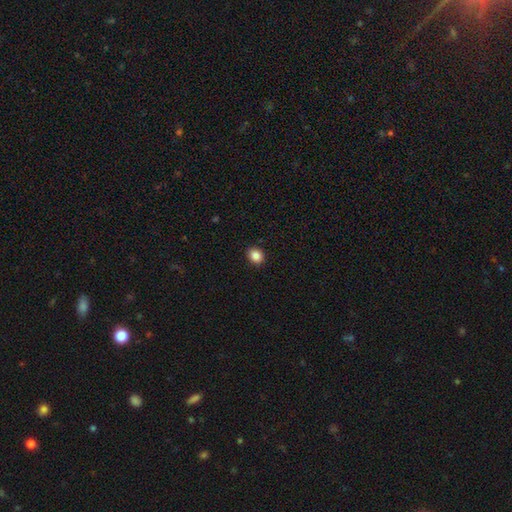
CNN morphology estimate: This appears to be a smooth galaxy with no disk features (87%) that is round (60%). Merging: none (91%).